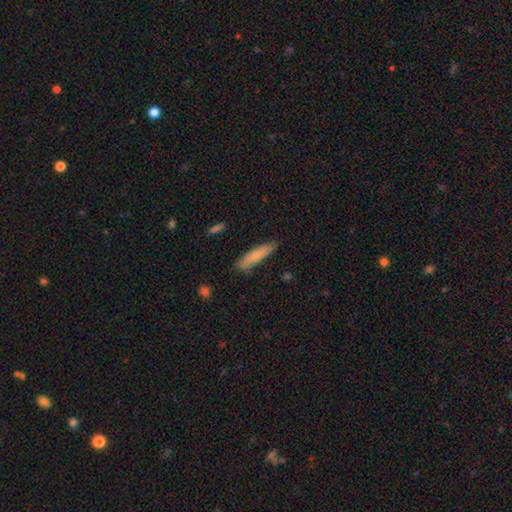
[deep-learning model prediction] This appears to be a smooth galaxy with no disk features (80%) that is cigar-shaped (79%). Merging: none (82%).